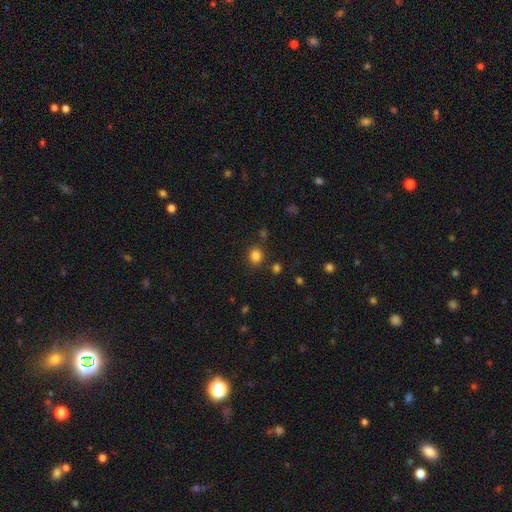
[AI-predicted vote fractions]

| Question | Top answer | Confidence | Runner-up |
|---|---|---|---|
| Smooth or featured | smooth | 83% | star or artifact (13%) |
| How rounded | round | 78% | in between (21%) |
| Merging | none | 83% | minor disturbance (9%) |